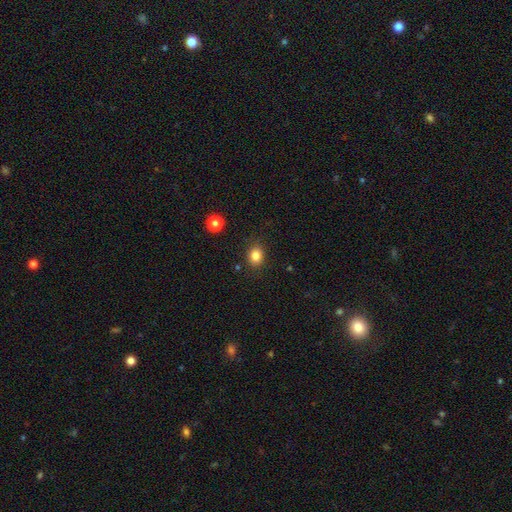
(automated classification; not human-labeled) Overall: smooth (83%). How rounded: round (55%; in between 45%). Merging: none (86%).